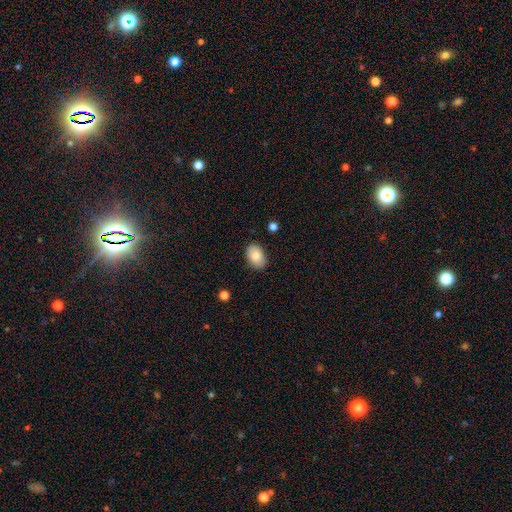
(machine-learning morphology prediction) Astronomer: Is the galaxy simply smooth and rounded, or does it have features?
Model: smooth — 84%.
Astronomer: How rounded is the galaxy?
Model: in between — 88%.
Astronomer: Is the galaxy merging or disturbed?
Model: none — 84%.